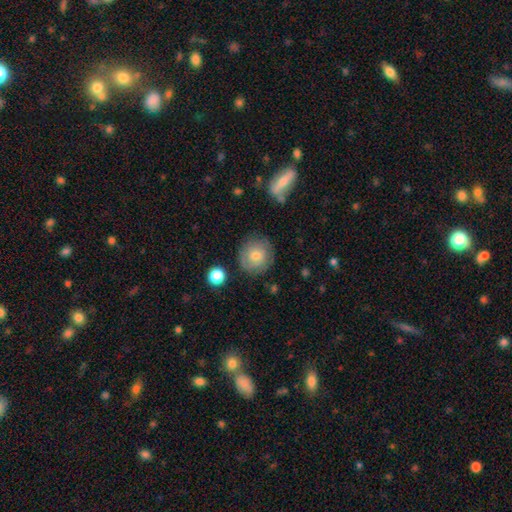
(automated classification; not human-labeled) A smooth galaxy with no disk features (66%) that is round (90%).

Vote fractions:
- Smooth or featured? smooth: 66% / featured or disk: 25% / star or artifact: 9%
- How rounded? round: 90% / in between: 9% / cigar-shaped: 1%
- Merging? none: 81% / minor disturbance: 13% / major disturbance: 4% / merger: 2%